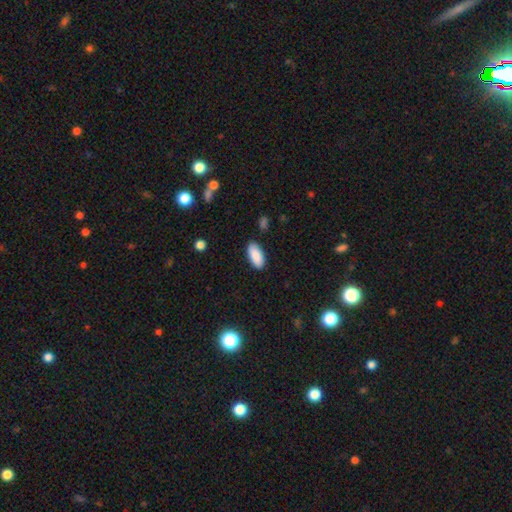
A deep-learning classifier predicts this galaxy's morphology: type=smooth (89%); roundness=in between (90%); merging=none (86%).